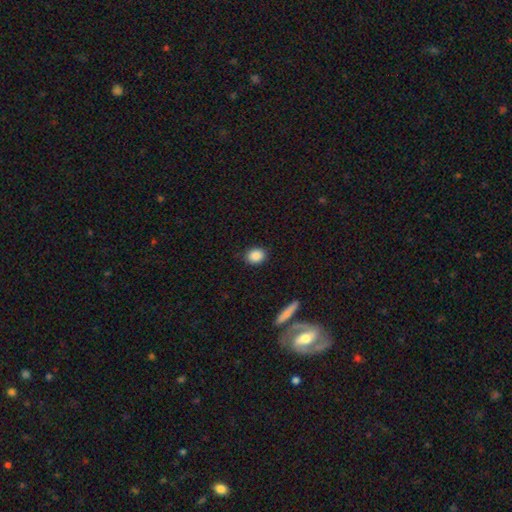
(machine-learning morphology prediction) Q: Smooth or featured?
A: smooth (88%); runner-up: star or artifact (8%)
Q: How rounded?
A: round (63%); runner-up: in between (35%)
Q: Merging?
A: none (87%); runner-up: minor disturbance (9%)